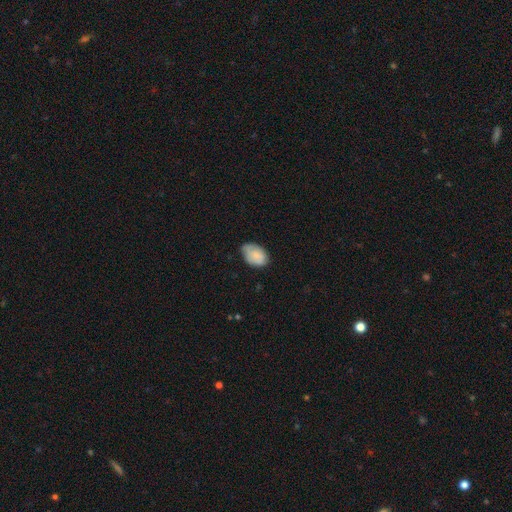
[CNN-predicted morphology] The model was most divided on "merging": none: 61%, minor disturbance: 32%, major disturbance: 6%, merger: 1%. More confident: how rounded — in between (87%); smooth or featured — smooth (79%).